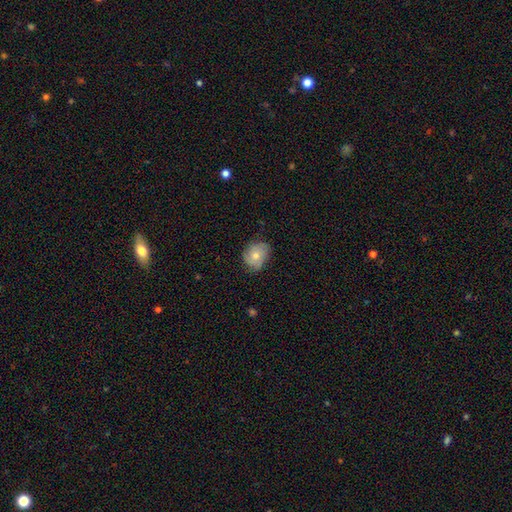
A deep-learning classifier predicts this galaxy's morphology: smooth-or-featured: smooth: 58% | featured or disk: 34% | star or artifact: 8%
  how-rounded: round: 56% | in between: 43% | cigar-shaped: 1%
  merging: none: 66% | minor disturbance: 27% | major disturbance: 6% | merger: 1%